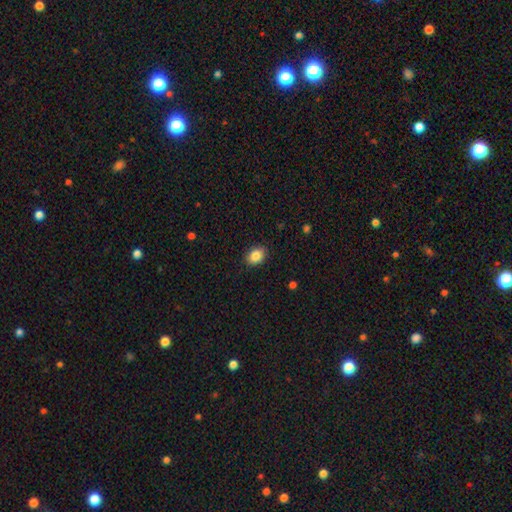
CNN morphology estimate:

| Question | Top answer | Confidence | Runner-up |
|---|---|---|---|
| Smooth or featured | smooth | 85% | star or artifact (9%) |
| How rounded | in between | 66% | round (33%) |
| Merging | none | 88% | minor disturbance (9%) |